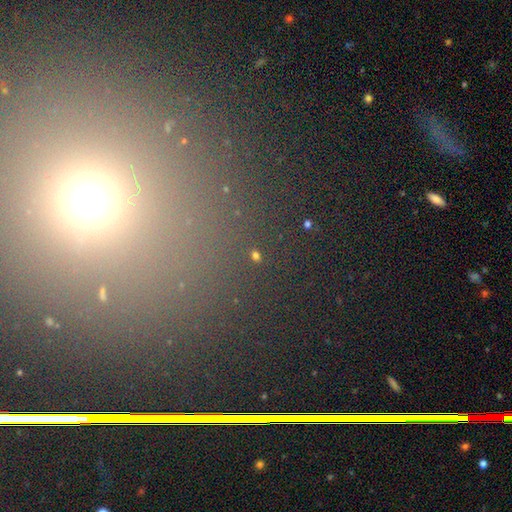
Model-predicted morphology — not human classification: Smooth or featured?
  - smooth: 51% *
  - star or artifact: 39%
  - featured or disk: 9%
How rounded?
  - round: 54% *
  - in between: 40%
  - cigar-shaped: 5%
Merging?
  - none: 84% *
  - minor disturbance: 8%
  - major disturbance: 4%
  - merger: 4%